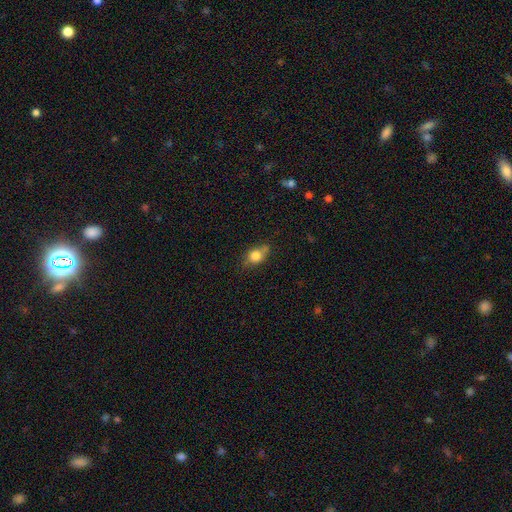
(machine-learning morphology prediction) Smooth or featured? smooth (79%)
How rounded? in between (55%)
Merging? none (56%)